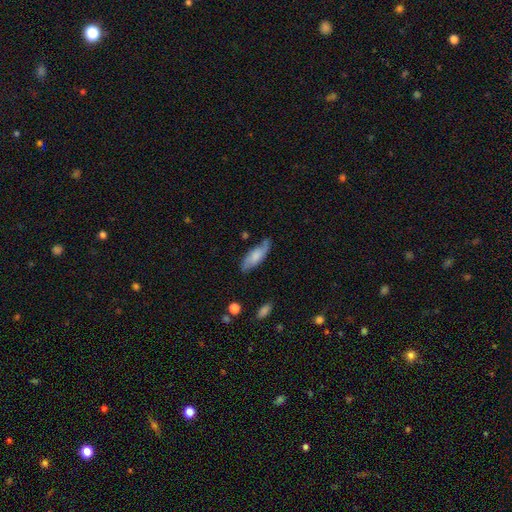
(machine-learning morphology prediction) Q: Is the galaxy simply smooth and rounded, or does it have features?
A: smooth — 50%.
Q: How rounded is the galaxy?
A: in between — 65%.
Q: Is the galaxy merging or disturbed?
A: none — 70%.